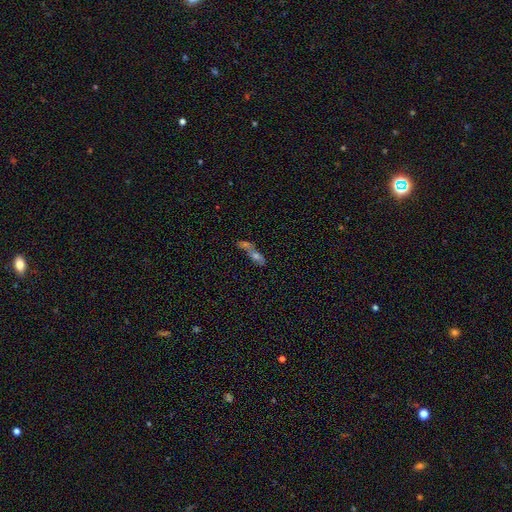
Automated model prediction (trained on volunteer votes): smooth-or-featured: smooth: 48% | featured or disk: 34% | star or artifact: 18%
  merging: merger: 58% | none: 23% | major disturbance: 9% | minor disturbance: 9%